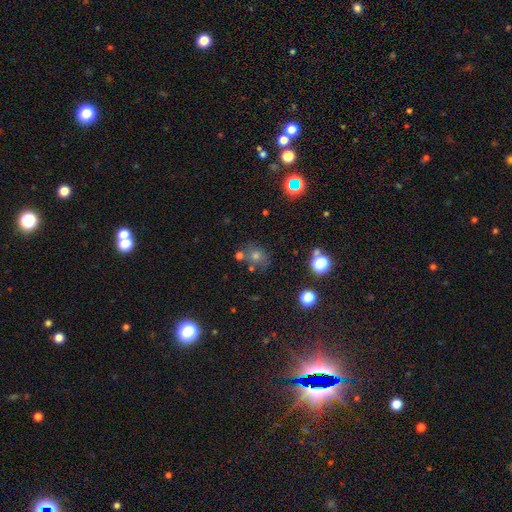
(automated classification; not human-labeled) smooth-or-featured: smooth: 55% | star or artifact: 31% | featured or disk: 14%
  how-rounded: round: 64% | in between: 35% | cigar-shaped: 1%
  merging: none: 68% | minor disturbance: 15% | merger: 12% | major disturbance: 5%